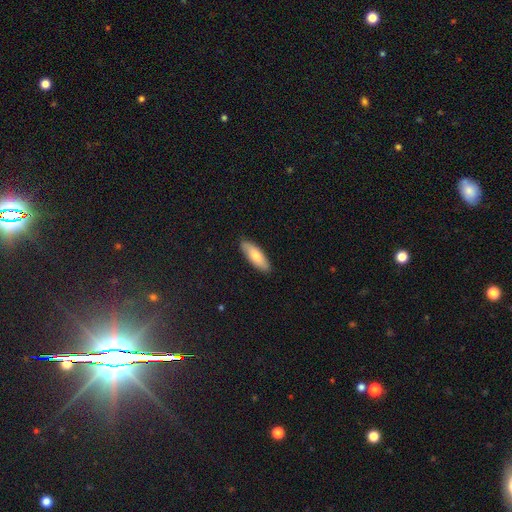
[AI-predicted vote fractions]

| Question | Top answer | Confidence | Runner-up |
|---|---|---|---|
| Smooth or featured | smooth | 75% | featured or disk (19%) |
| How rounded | in between | 60% | cigar-shaped (38%) |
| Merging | none | 88% | minor disturbance (9%) |